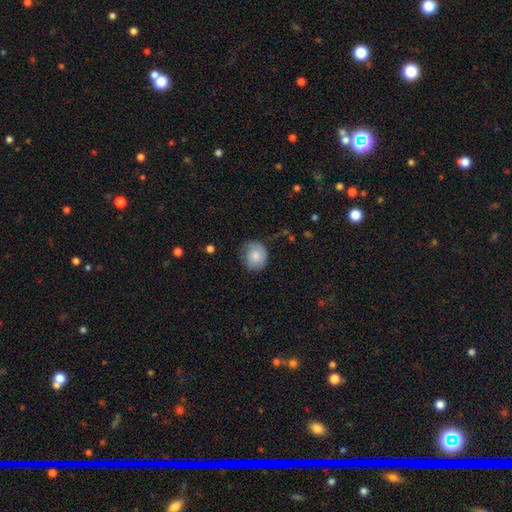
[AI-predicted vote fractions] A smooth galaxy with no disk features (78%) that is round (79%).

Vote fractions:
- Smooth or featured? smooth: 78% / featured or disk: 15% / star or artifact: 7%
- How rounded? round: 79% / in between: 20% / cigar-shaped: 1%
- Merging? none: 63% / minor disturbance: 27% / major disturbance: 9% / merger: 1%